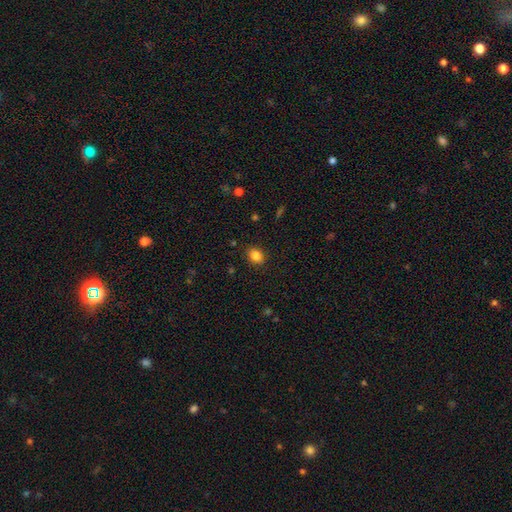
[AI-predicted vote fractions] Smooth or featured? smooth (84%)
How rounded? round (51%)
Merging? none (88%)